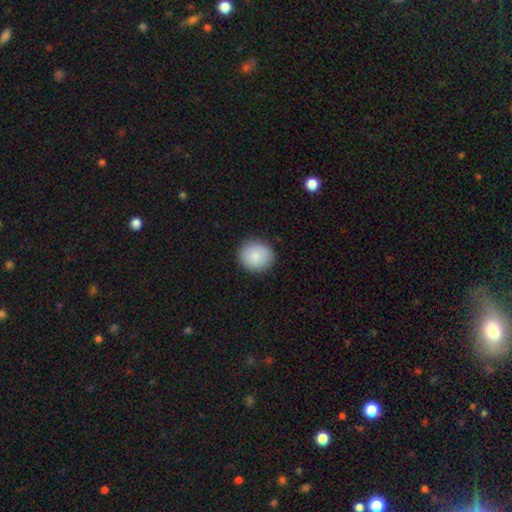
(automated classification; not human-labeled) The model was most divided on "how rounded": round: 84%, in between: 15%, cigar-shaped: 1%. More confident: merging — none (89%); smooth or featured — smooth (84%).